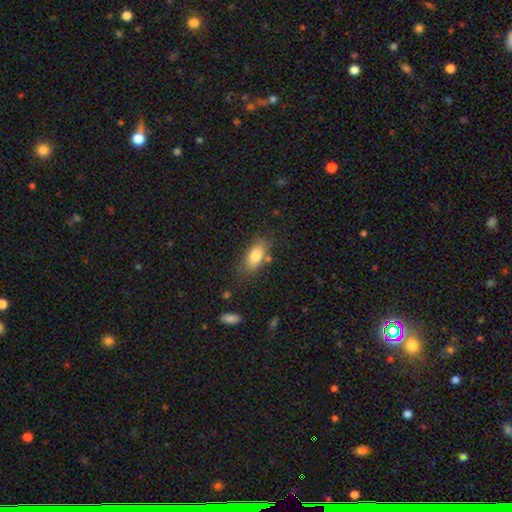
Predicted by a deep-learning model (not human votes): This is likely a smooth galaxy (79%). How rounded: clearly in between (85%). Merging: likely none (71%).